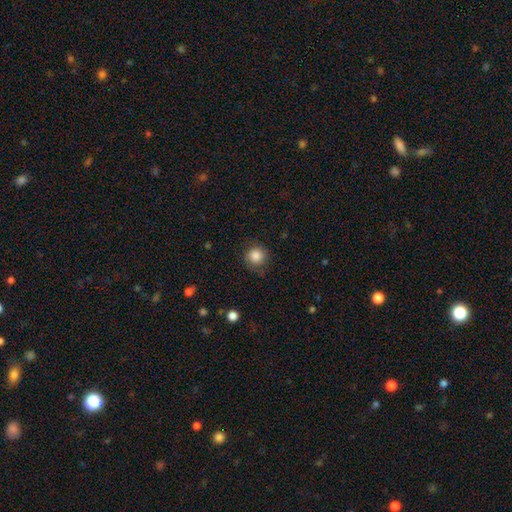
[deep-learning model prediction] Smooth or featured? Predicted: smooth (p=0.85). How rounded? Predicted: round (p=0.93). Merging? Predicted: none (p=0.80).